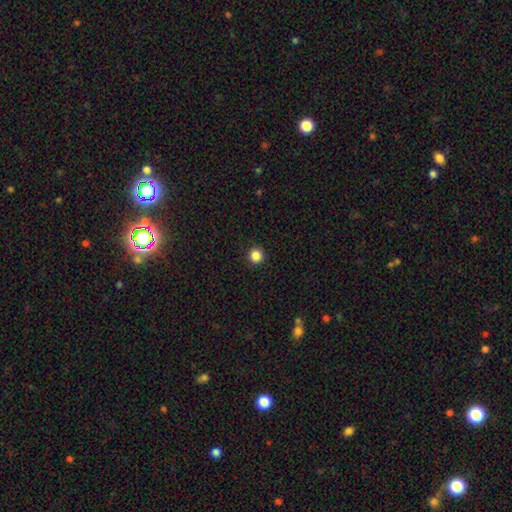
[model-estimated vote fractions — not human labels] smooth 86%, star or artifact 11%, featured or disk 3%. Down the decision tree: how rounded — round (95%); merging — none (93%).